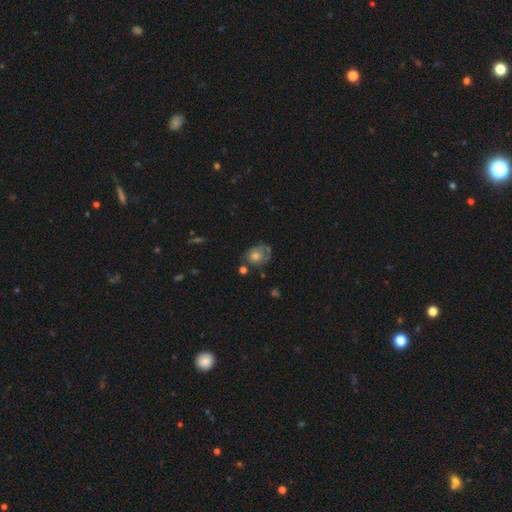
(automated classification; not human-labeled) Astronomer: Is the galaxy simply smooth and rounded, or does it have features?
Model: smooth — 49% (runner-up: featured or disk, 40%).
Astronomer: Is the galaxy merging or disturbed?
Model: none — 51% (runner-up: minor disturbance, 26%).